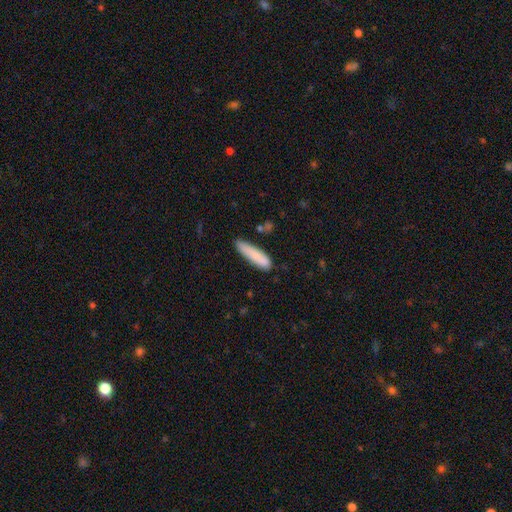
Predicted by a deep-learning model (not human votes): This is clearly a smooth galaxy (83%). How rounded: likely cigar-shaped (78%). Merging: likely none (75%).